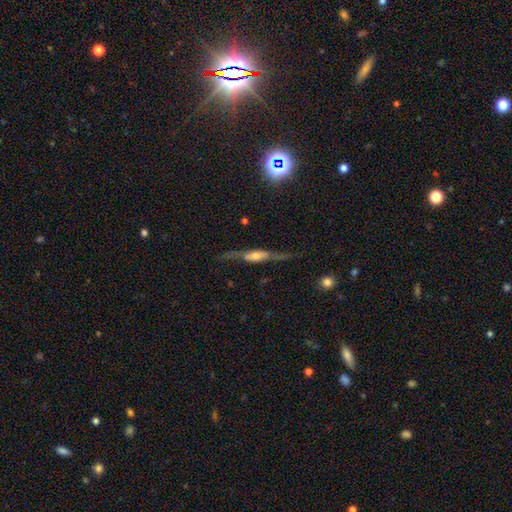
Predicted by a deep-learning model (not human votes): smooth_or_featured: featured or disk (p=0.75) [alt: smooth p=0.15]
disk_edge_on: yes (p=0.82) [alt: no p=0.18]
edge_on_bulge: rounded (p=0.64) [alt: boxy p=0.28]
merging: none (p=0.74) [alt: minor disturbance p=0.16]